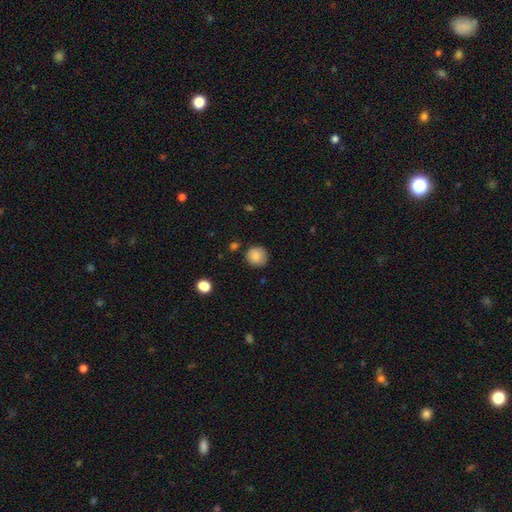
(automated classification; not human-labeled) smooth_or_featured: smooth (p=0.86) [alt: star or artifact p=0.09]
how_rounded: round (p=0.92) [alt: in between p=0.07]
merging: none (p=0.83) [alt: minor disturbance p=0.12]